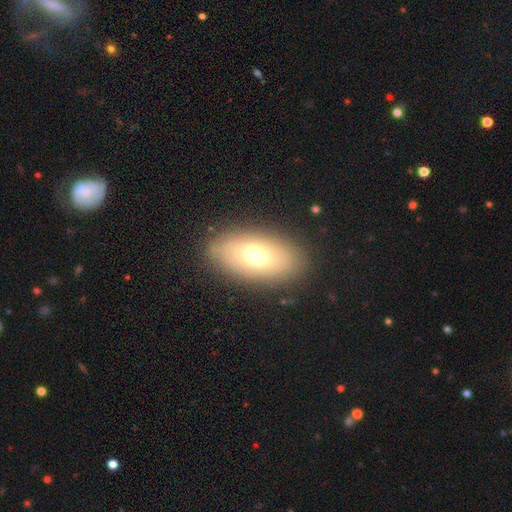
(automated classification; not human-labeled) Q: Smooth or featured?
A: smooth (64%); runner-up: featured or disk (26%)
Q: How rounded?
A: in between (88%); runner-up: round (8%)
Q: Merging?
A: none (84%); runner-up: minor disturbance (10%)